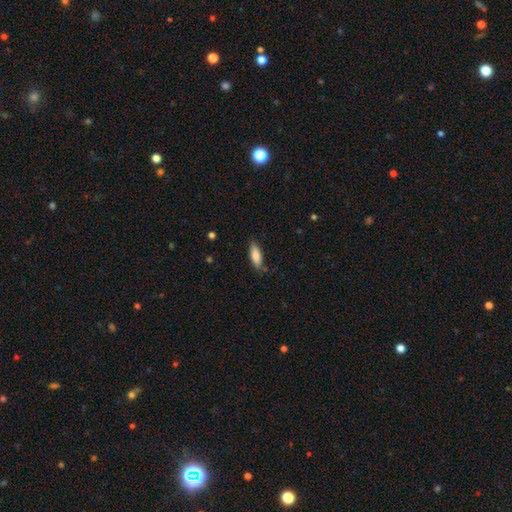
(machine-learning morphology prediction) A smooth galaxy with no disk features (85%) that is in between round and cigar-shaped (63%). Merging: none (80%).